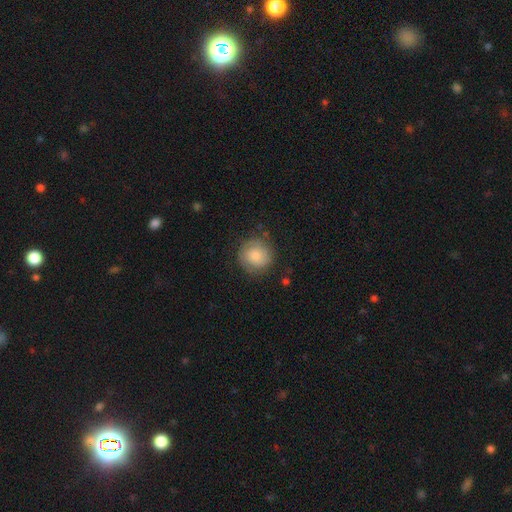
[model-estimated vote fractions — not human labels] Morphology: type=smooth (70%); roundness=round (92%); merging=none (78%).